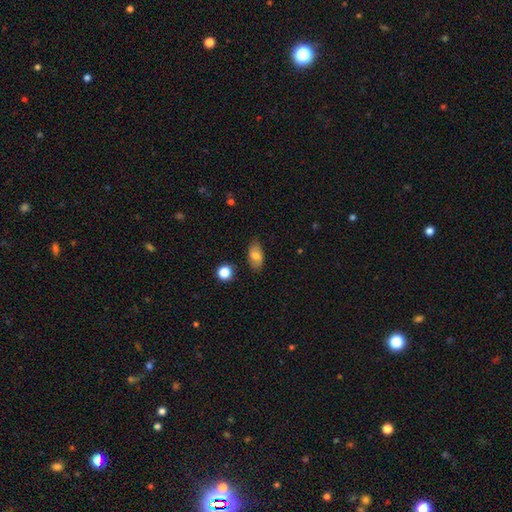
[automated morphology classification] smooth 74%, featured or disk 17%, star or artifact 8%. Down the decision tree: how rounded — in between (91%); merging — none (80%).